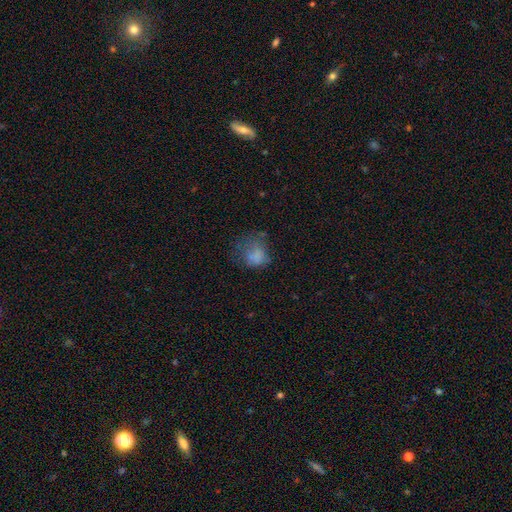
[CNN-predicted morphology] The model was most divided on "merging": none: 39%, major disturbance: 31%, minor disturbance: 25%, merger: 4%. More confident: smooth or featured — smooth (69%); how rounded — round (57%).